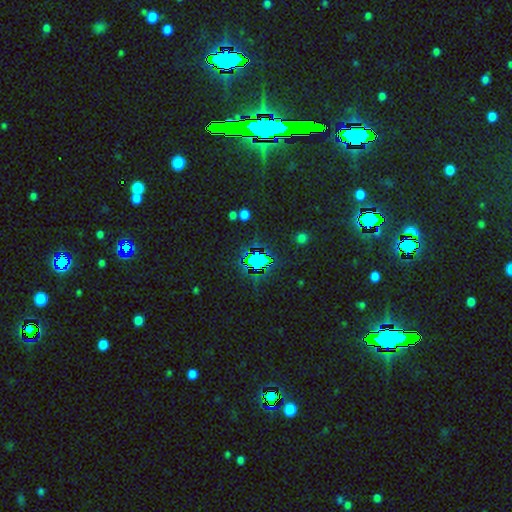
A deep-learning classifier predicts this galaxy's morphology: Smooth or featured: star or artifact — 67% (smooth — 23%)